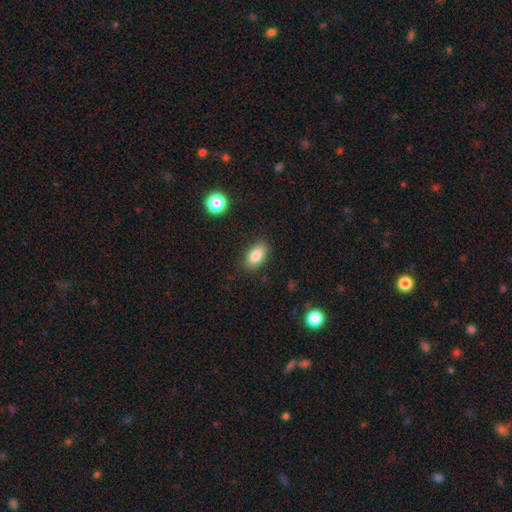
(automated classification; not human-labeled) smooth_or_featured: smooth (p=0.83) [alt: star or artifact p=0.08]
how_rounded: in between (p=0.88) [alt: round p=0.09]
merging: none (p=0.84) [alt: minor disturbance p=0.12]